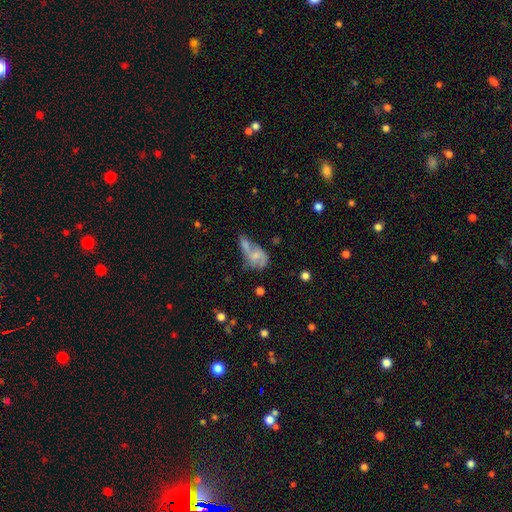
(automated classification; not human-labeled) smooth_or_featured: featured or disk (p=0.46) [alt: smooth p=0.45]
merging: merger (p=0.47) [alt: none p=0.19]